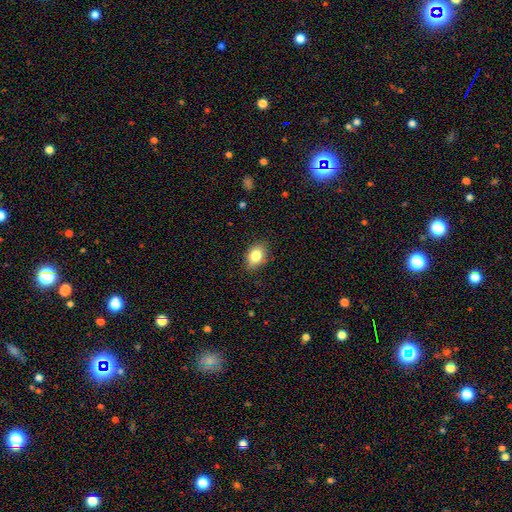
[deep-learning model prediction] smooth 81%, featured or disk 10%, star or artifact 9%. Down the decision tree: how rounded — in between (76%); merging — none (83%).